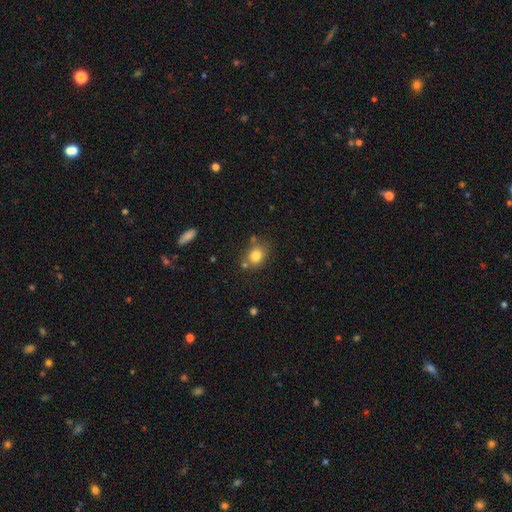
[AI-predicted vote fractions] Overall: smooth (81%). How rounded: round (57%; in between 42%). Merging: none (70%).